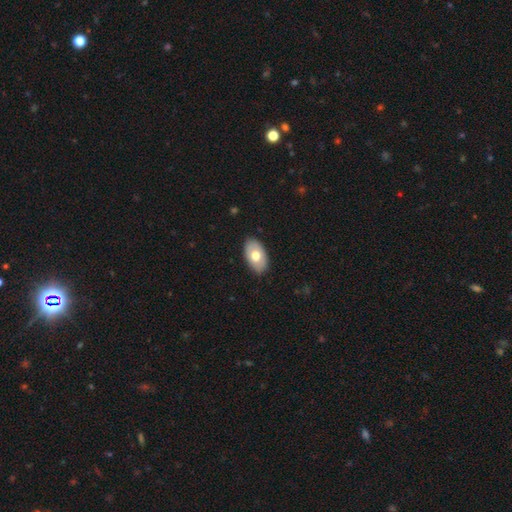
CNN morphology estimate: smooth-or-featured: smooth: 64% | featured or disk: 30% | star or artifact: 6%
  how-rounded: in between: 93% | round: 6% | cigar-shaped: 1%
  merging: none: 86% | minor disturbance: 11% | major disturbance: 2% | merger: 1%